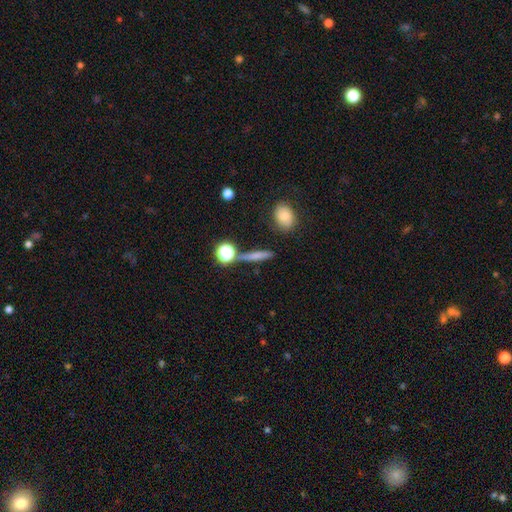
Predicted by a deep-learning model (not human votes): Q: Smooth or featured?
A: smooth (64%); runner-up: featured or disk (23%)
Q: How rounded?
A: cigar-shaped (76%); runner-up: in between (13%)
Q: Merging?
A: none (77%); runner-up: minor disturbance (11%)